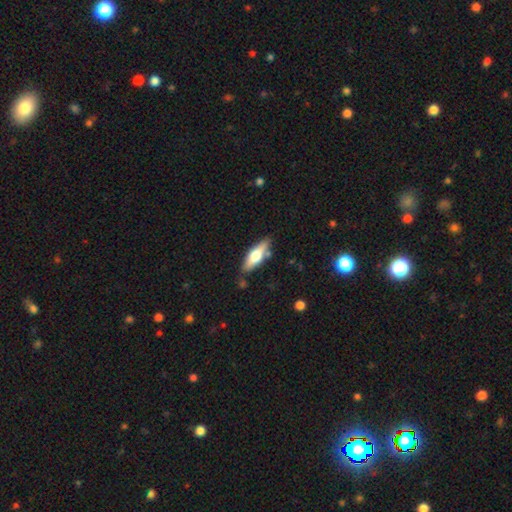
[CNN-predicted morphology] smooth-or-featured: smooth: 51% | featured or disk: 44% | star or artifact: 6%
  how-rounded: in between: 51% | cigar-shaped: 47% | round: 2%
  merging: none: 80% | minor disturbance: 13% | merger: 4% | major disturbance: 3%